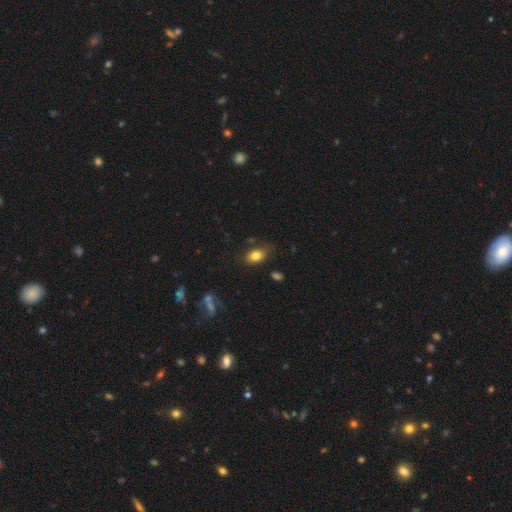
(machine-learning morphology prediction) The model was most divided on "merging": none: 74%, minor disturbance: 18%, major disturbance: 5%, merger: 3%. More confident: how rounded — in between (84%); smooth or featured — smooth (81%).